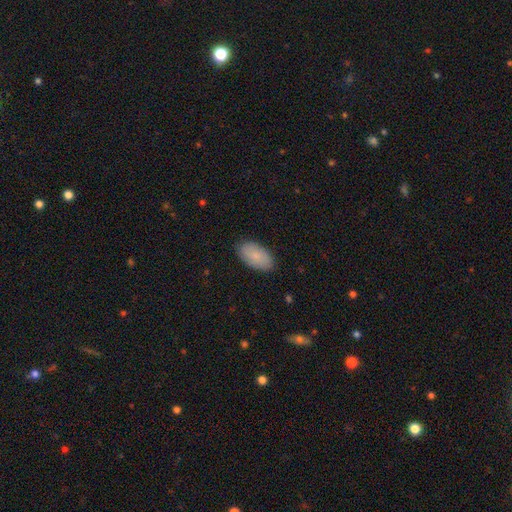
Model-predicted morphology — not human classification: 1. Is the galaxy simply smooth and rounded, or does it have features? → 84% smooth, 10% featured or disk, 6% star or artifact.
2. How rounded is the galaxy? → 95% in between, 3% round, 2% cigar-shaped.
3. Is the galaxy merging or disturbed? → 87% none, 10% minor disturbance, 2% major disturbance, 1% merger.